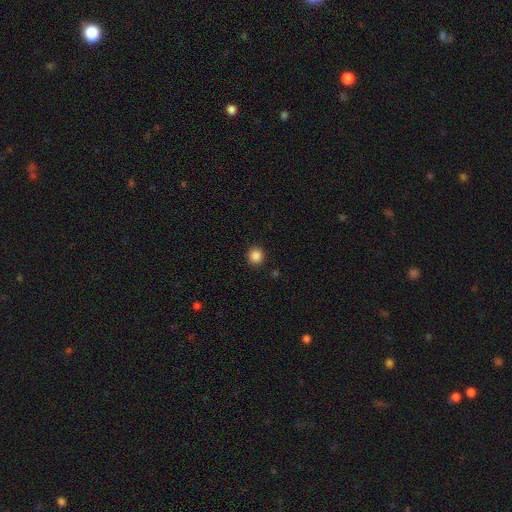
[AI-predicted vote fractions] A smooth galaxy with no disk features (86%) that is round (92%).

Vote fractions:
- Smooth or featured? smooth: 86% / star or artifact: 11% / featured or disk: 3%
- How rounded? round: 92% / in between: 7% / cigar-shaped: 1%
- Merging? none: 92% / minor disturbance: 5% / major disturbance: 2% / merger: 1%